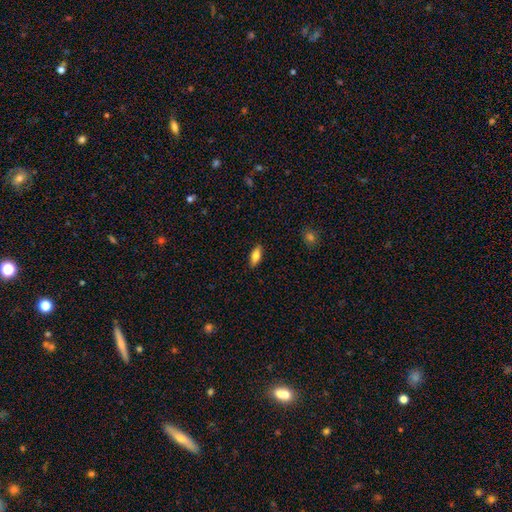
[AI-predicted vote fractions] A smooth galaxy with no disk features (70%) that is in between round and cigar-shaped (76%).

Vote fractions:
- Smooth or featured? smooth: 70% / featured or disk: 23% / star or artifact: 7%
- How rounded? in between: 76% / cigar-shaped: 22% / round: 3%
- Merging? none: 88% / minor disturbance: 9% / major disturbance: 2% / merger: 1%